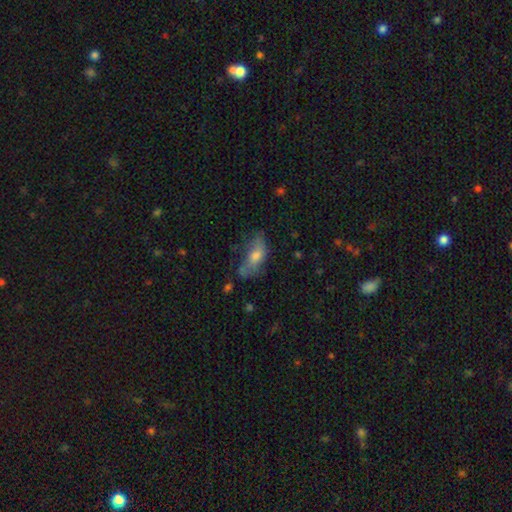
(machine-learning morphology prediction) This appears to be a smooth galaxy with no disk features (58%) that is in between round and cigar-shaped (78%). Merging: none (49%).